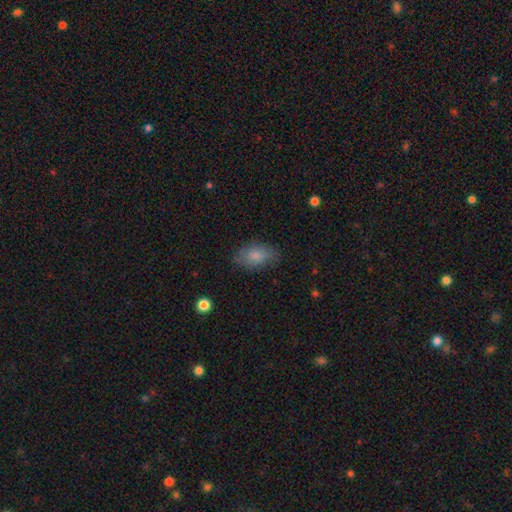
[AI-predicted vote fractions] Smooth or featured: smooth — 80% (featured or disk — 13%)
How rounded: in between — 90% (round — 8%)
Merging: none — 76% (minor disturbance — 18%)